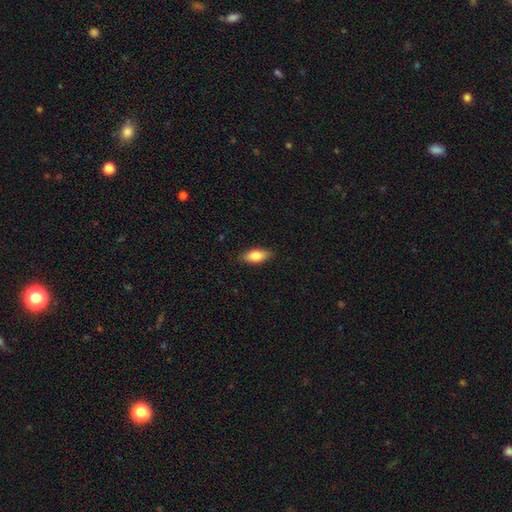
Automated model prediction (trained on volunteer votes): Smooth or featured? smooth (78%)
How rounded? in between (81%)
Merging? none (87%)